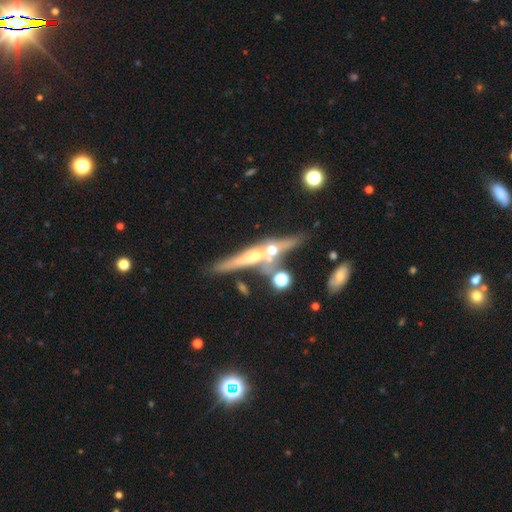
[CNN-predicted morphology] Smooth or featured: featured or disk — 64% (smooth — 25%)
Edge-on disk: yes — 84% (no — 16%)
Edge-on bulge: rounded — 77% (none — 18%)
Merging: none — 48% (merger — 31%)